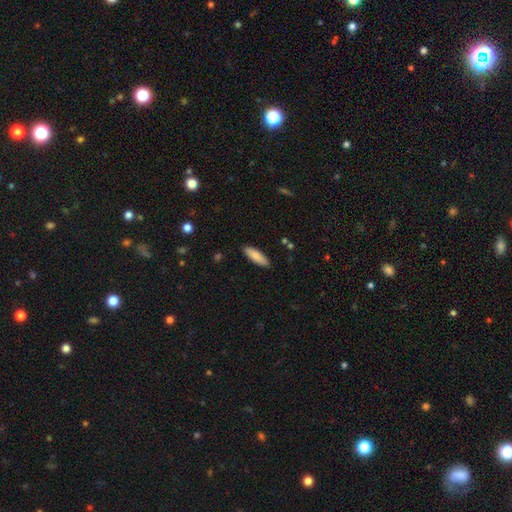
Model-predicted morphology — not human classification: A smooth galaxy with no disk features (82%) that is in between round and cigar-shaped (55%). Merging: none (89%).